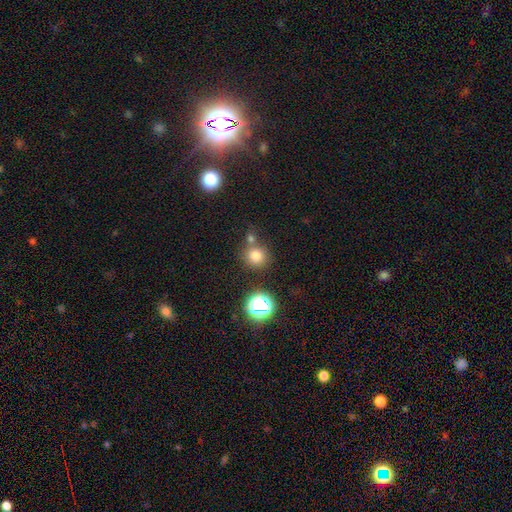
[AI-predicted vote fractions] This appears to be a smooth galaxy with no disk features (76%) that is round (90%). Merging: none (68%).